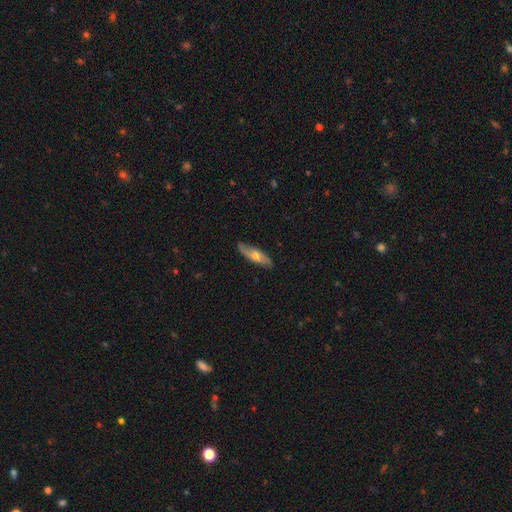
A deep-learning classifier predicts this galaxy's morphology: This appears to be a smooth galaxy with no disk features (48%). Merging: none (81%).